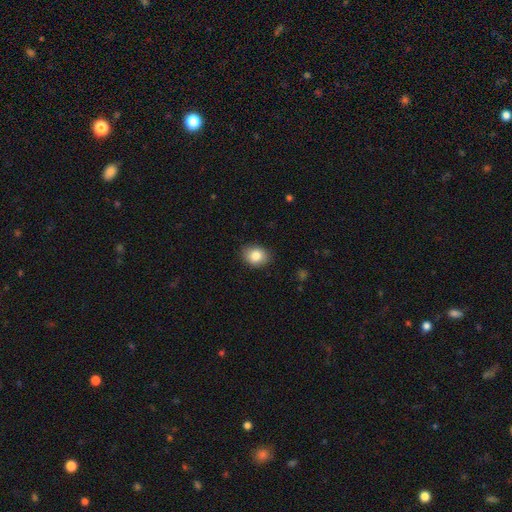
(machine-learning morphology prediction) This is clearly a smooth galaxy (83%). How rounded: possibly in between (56%). Merging: clearly none (87%).